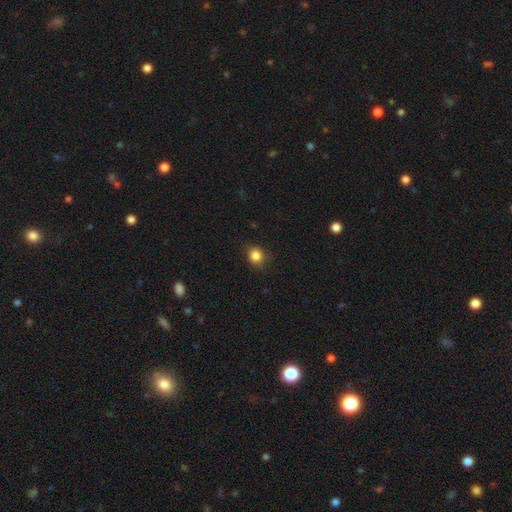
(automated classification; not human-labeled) Q: Smooth or featured?
A: smooth (84%); runner-up: star or artifact (11%)
Q: How rounded?
A: round (77%); runner-up: in between (22%)
Q: Merging?
A: none (81%); runner-up: minor disturbance (15%)